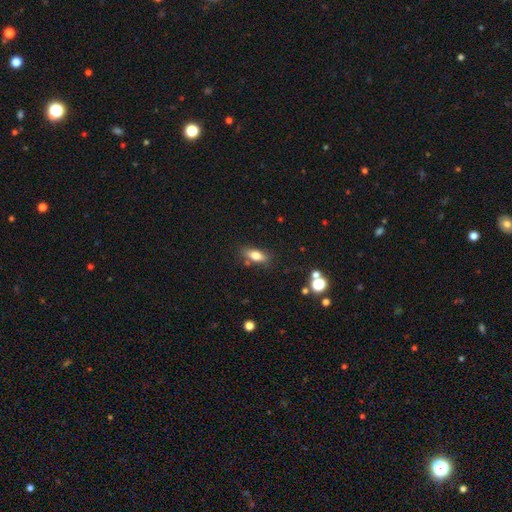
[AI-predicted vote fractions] This is likely a smooth galaxy (75%). How rounded: likely in between (76%). Merging: likely none (79%).